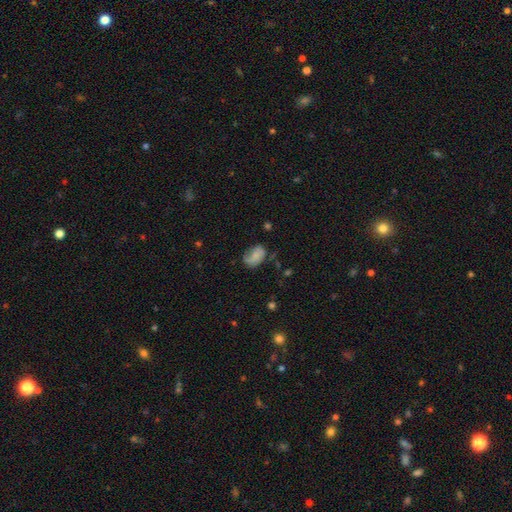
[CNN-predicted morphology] smooth 66%, featured or disk 25%, star or artifact 9%. Down the decision tree: how rounded — in between (86%); merging — none (50%).